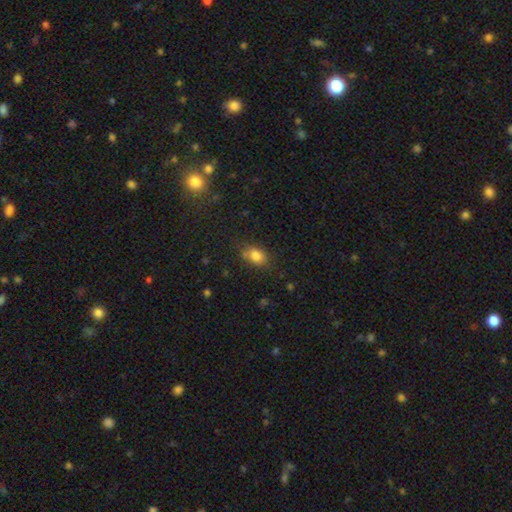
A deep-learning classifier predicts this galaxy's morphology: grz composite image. It shows a smooth galaxy with no disk features (82%) that is in between round and cigar-shaped (70%). Merging: none (69%).